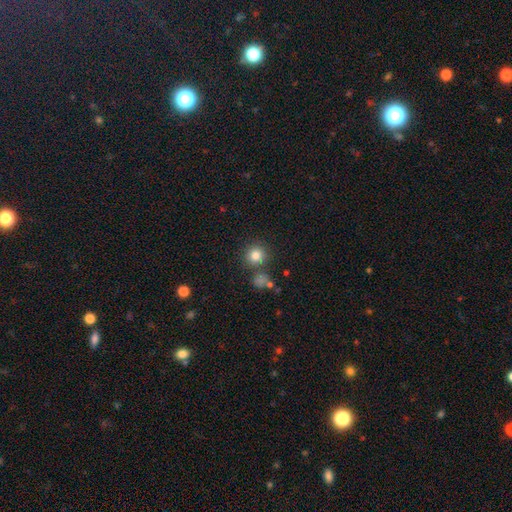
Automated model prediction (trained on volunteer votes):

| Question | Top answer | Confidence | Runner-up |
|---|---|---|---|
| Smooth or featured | smooth | 82% | star or artifact (12%) |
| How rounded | round | 92% | in between (7%) |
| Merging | none | 80% | merger (9%) |